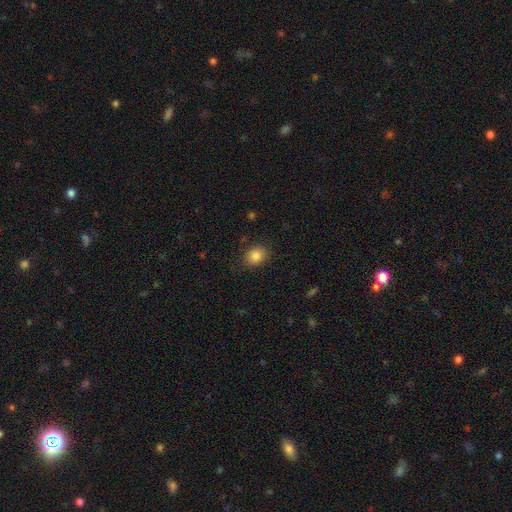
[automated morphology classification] Overall: smooth (84%). How rounded: round (52%; in between 47%). Merging: none (85%).